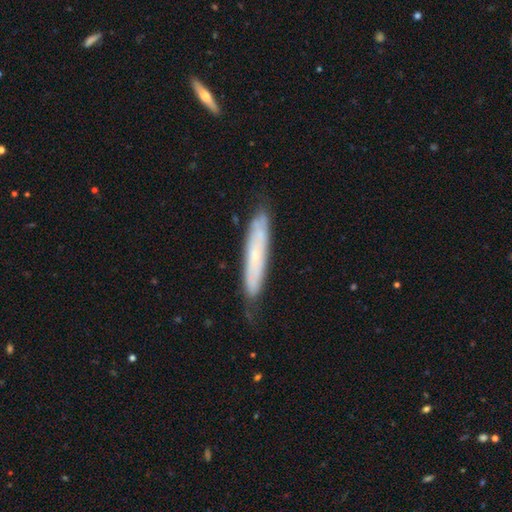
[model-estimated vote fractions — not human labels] Q: Smooth or featured?
A: featured or disk (49%); runner-up: smooth (44%)
Q: Merging?
A: none (74%); runner-up: minor disturbance (20%)